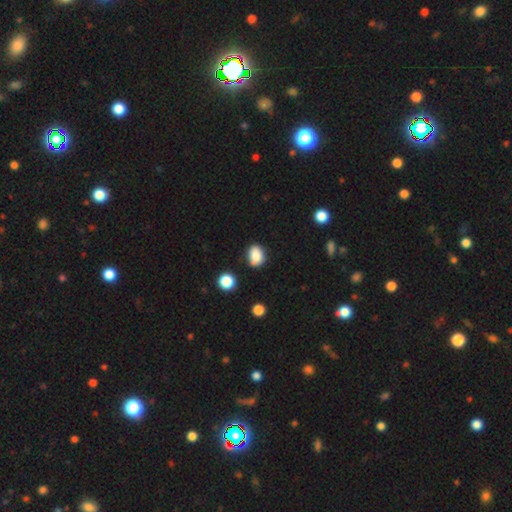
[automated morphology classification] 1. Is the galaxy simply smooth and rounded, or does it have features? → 85% smooth, 9% star or artifact, 5% featured or disk.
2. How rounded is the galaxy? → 69% in between, 30% round, 1% cigar-shaped.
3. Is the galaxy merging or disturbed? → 76% none, 17% minor disturbance, 4% merger, 3% major disturbance.